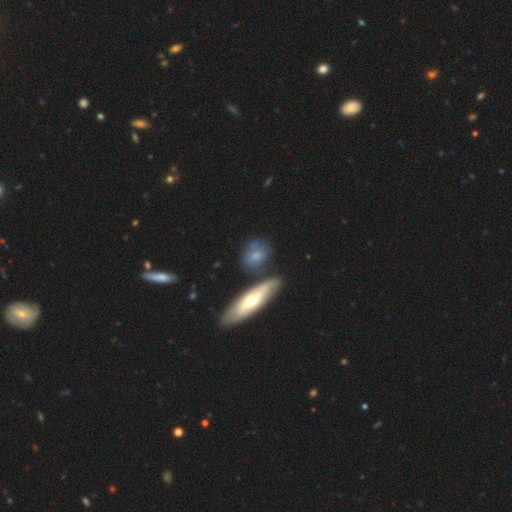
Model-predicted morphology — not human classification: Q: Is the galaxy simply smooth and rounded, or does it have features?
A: smooth — 60%.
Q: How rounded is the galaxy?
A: round — 50%.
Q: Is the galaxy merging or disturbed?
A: none — 59%.